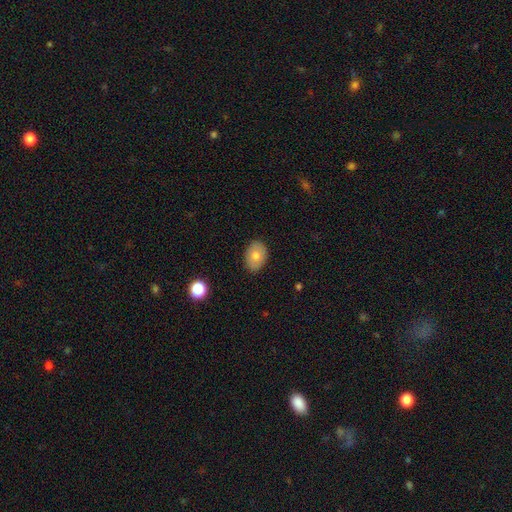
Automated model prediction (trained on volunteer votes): Smooth or featured? smooth (76%)
How rounded? in between (78%)
Merging? none (87%)